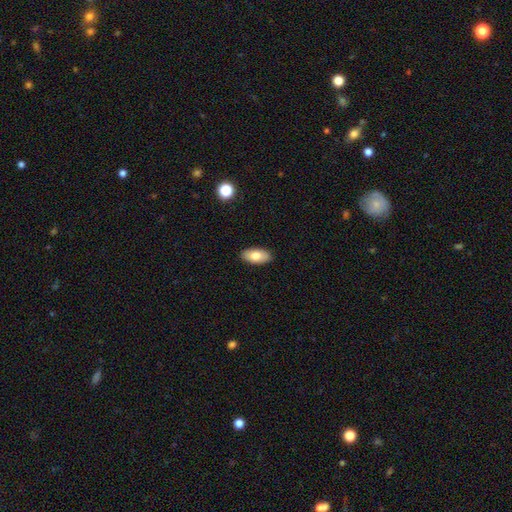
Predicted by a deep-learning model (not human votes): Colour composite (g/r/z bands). It shows a smooth galaxy with no disk features (80%) that is in between round and cigar-shaped (93%). Merging: none (90%).